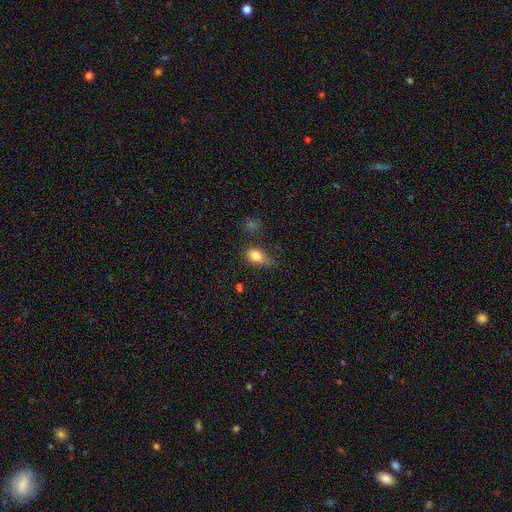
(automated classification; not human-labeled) Smooth or featured? smooth (80%)
How rounded? in between (77%)
Merging? none (47%)